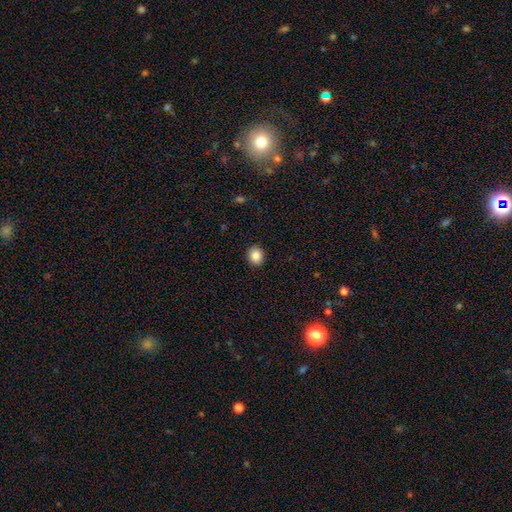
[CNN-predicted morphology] Smooth or featured: smooth — 87% (star or artifact — 9%)
How rounded: round — 65% (in between — 34%)
Merging: none — 91% (minor disturbance — 6%)